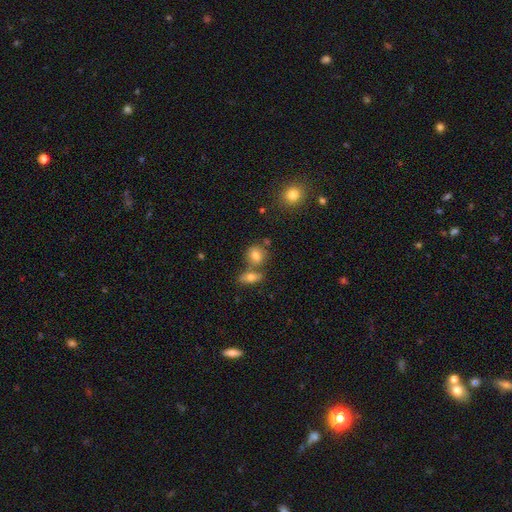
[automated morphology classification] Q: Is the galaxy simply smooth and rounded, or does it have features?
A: smooth — 76%.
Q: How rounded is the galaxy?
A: round — 50%.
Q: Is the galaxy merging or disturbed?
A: none — 53%.